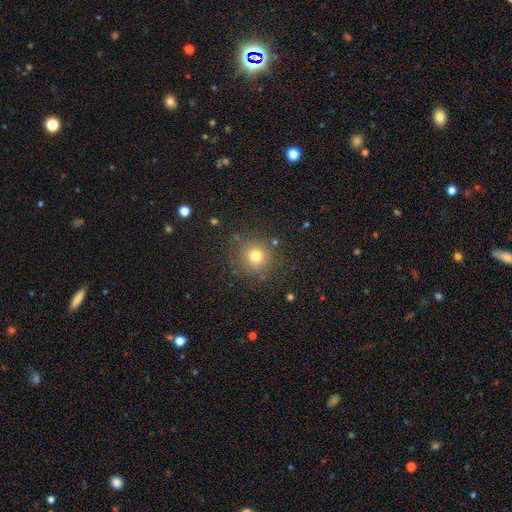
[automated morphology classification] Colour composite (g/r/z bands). It shows a smooth galaxy with no disk features (74%) that is round (93%). Merging: none (85%).